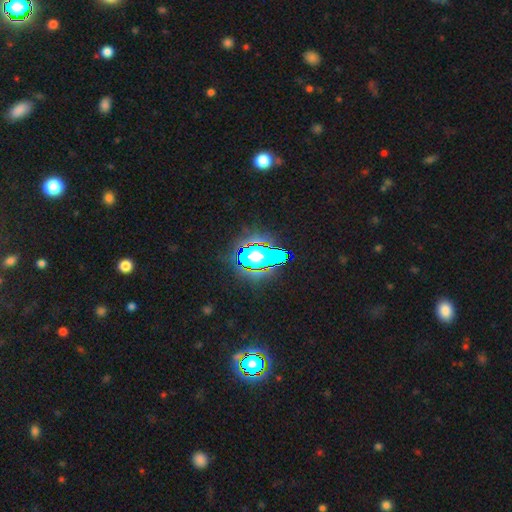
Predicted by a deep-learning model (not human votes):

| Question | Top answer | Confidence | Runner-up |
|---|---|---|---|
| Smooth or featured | star or artifact | 54% | smooth (28%) |